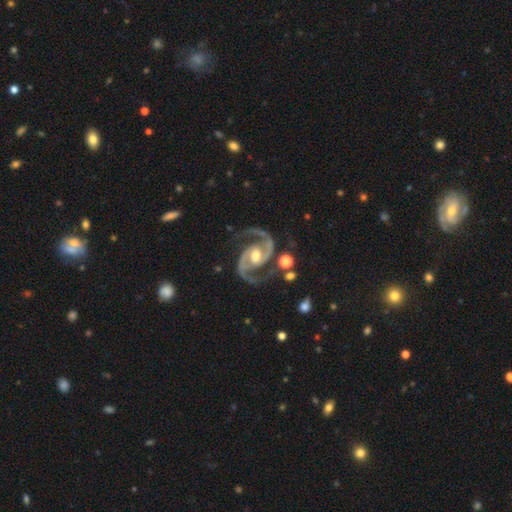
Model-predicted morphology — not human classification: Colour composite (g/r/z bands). It shows a featured or disk galaxy (94%) with a weak bar (39%), 2 (94%) medium (67%) spiral arms (99%) and a moderate central bulge (69%). Merging: none (79%).